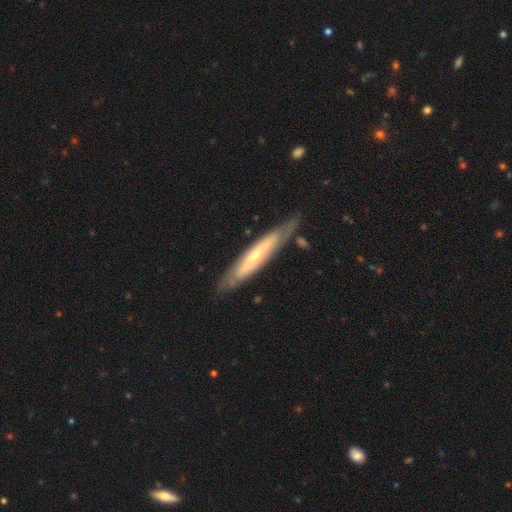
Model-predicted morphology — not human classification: smooth-or-featured: featured or disk: 57% | smooth: 37% | star or artifact: 5%
  disk-edge-on: yes: 67% | no: 33%
  merging: none: 76% | minor disturbance: 17% | major disturbance: 4% | merger: 3%